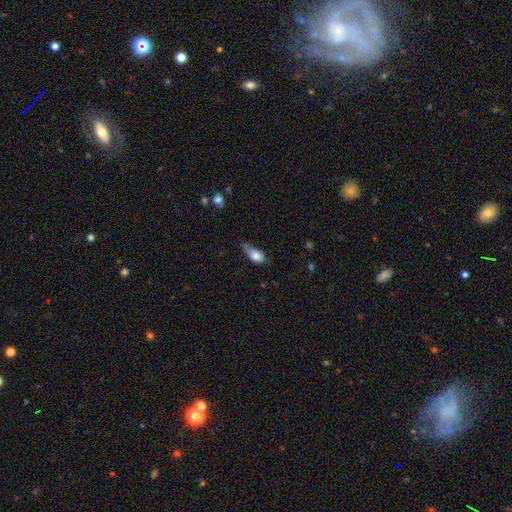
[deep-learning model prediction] smooth 79%, featured or disk 14%, star or artifact 7%. Down the decision tree: how rounded — in between (87%); merging — minor disturbance (43%).